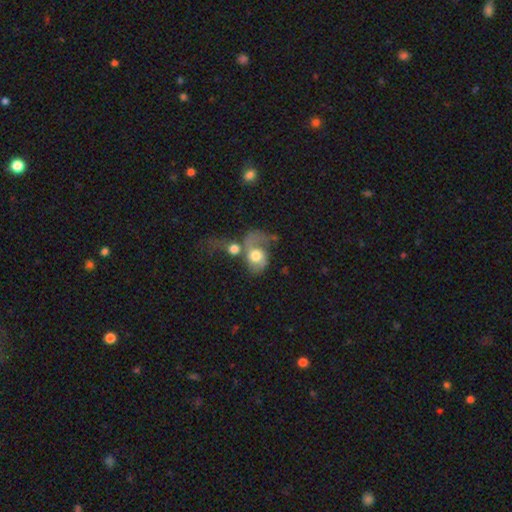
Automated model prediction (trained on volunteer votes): Smooth or featured?
  - featured or disk: 49% *
  - smooth: 43%
  - star or artifact: 8%
Merging?
  - merger: 48% *
  - major disturbance: 27%
  - none: 15%
  - minor disturbance: 11%